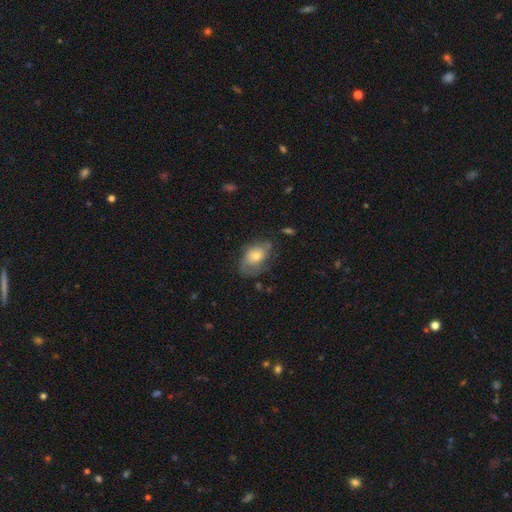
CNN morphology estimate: smooth-or-featured: smooth: 55% | featured or disk: 37% | star or artifact: 8%
  how-rounded: in between: 85% | round: 13% | cigar-shaped: 2%
  merging: none: 58% | minor disturbance: 28% | major disturbance: 12% | merger: 2%